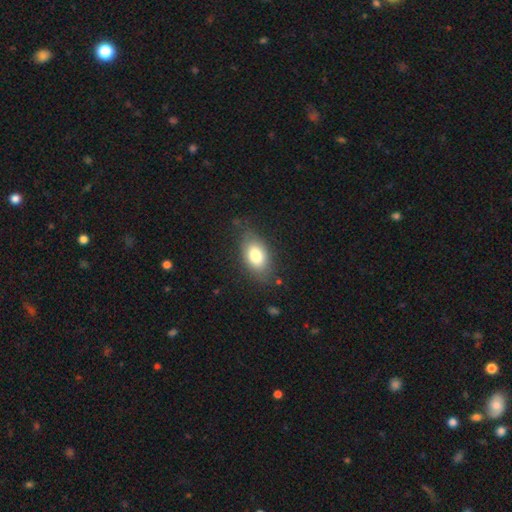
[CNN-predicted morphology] smooth 78%, featured or disk 15%, star or artifact 8%. Down the decision tree: how rounded — in between (89%); merging — none (75%).